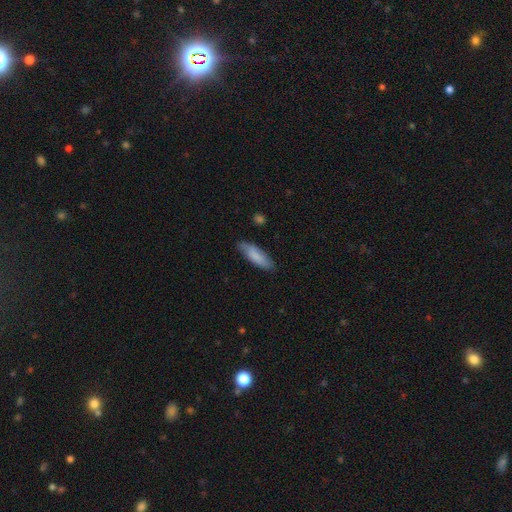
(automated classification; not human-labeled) The model was most divided on "how rounded": cigar-shaped: 52%, in between: 47%, round: 1%. More confident: smooth or featured — smooth (83%); merging — none (81%).